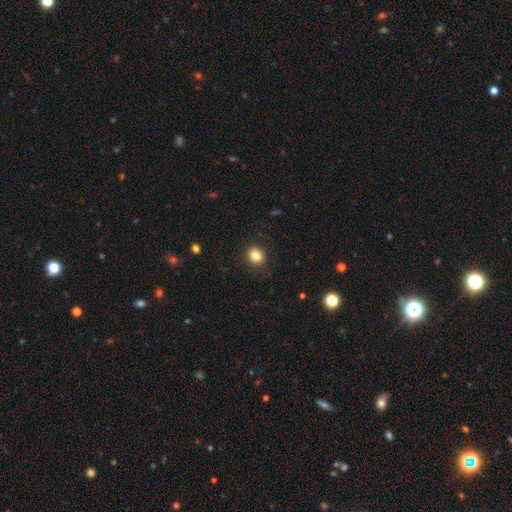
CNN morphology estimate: This is clearly a smooth galaxy (83%). How rounded: likely round (66%). Merging: clearly none (88%).